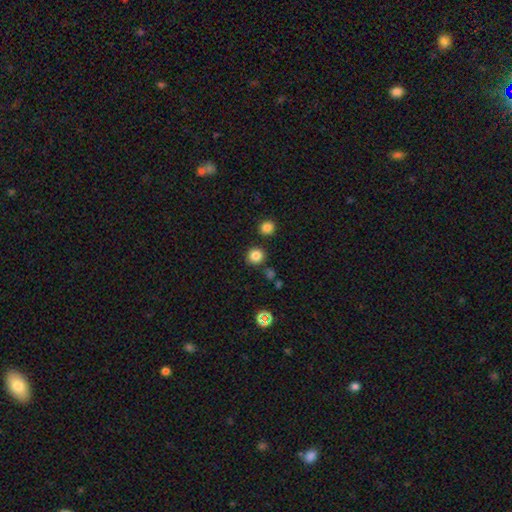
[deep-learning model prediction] Smooth or featured: smooth — 82% (star or artifact — 13%)
How rounded: round — 91% (in between — 8%)
Merging: none — 85% (minor disturbance — 7%)